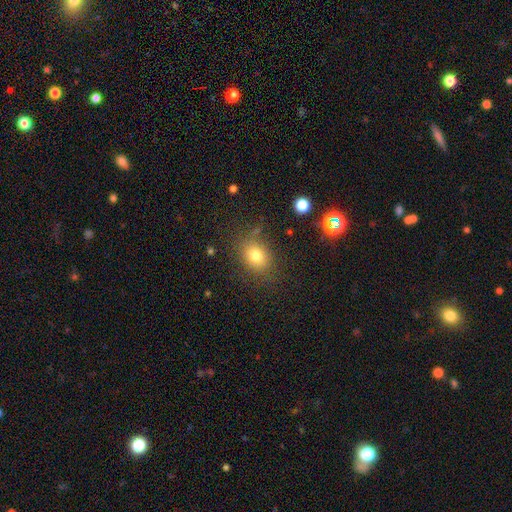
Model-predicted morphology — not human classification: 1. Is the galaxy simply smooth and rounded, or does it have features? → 76% smooth, 14% star or artifact, 10% featured or disk.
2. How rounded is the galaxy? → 51% in between, 48% round, 1% cigar-shaped.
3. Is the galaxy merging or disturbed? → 79% none, 13% minor disturbance, 5% major disturbance, 3% merger.